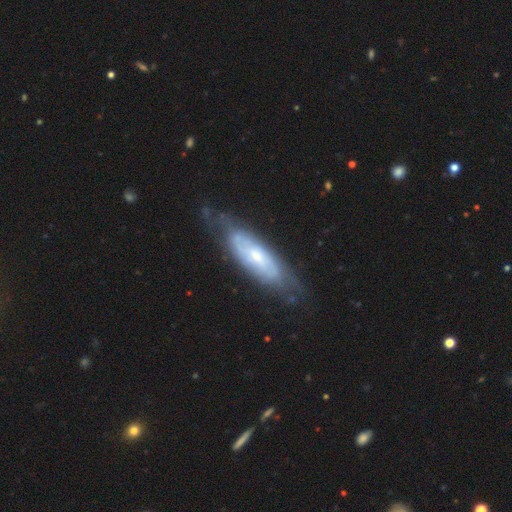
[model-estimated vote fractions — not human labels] Morphology: type=featured or disk (65%); edge-on=no (75%); merging=none (64%).